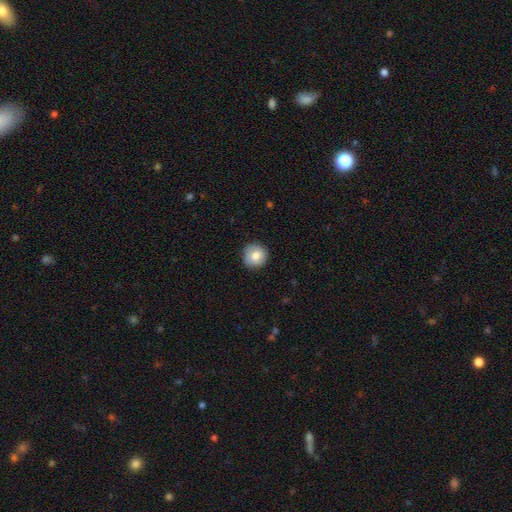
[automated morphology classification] This is likely a smooth galaxy (79%). How rounded: clearly round (92%). Merging: clearly none (84%).